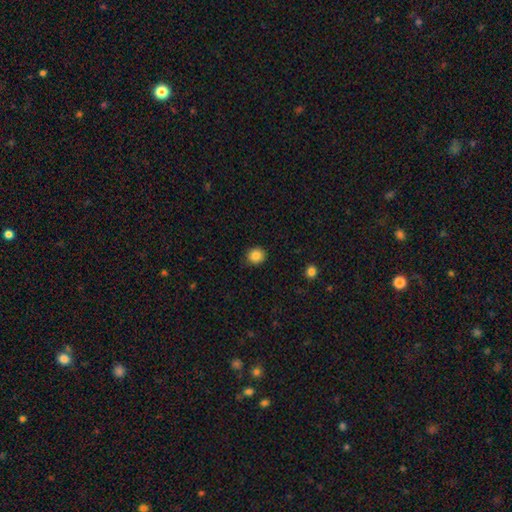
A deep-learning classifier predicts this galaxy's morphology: The model was most divided on "how rounded": round: 86%, in between: 13%, cigar-shaped: 1%. More confident: merging — none (89%); smooth or featured — smooth (85%).